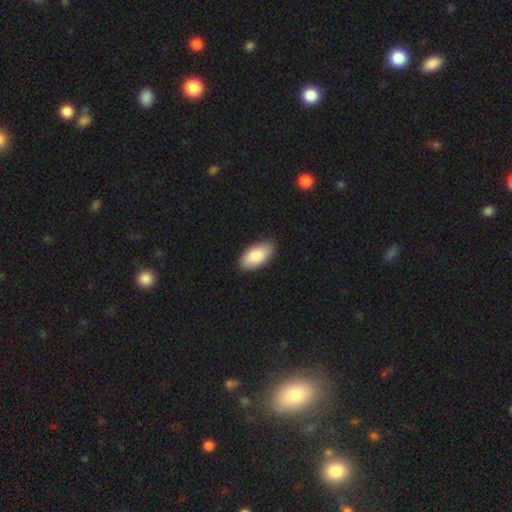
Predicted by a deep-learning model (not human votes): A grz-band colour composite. It shows a smooth galaxy with no disk features (85%) that is in between round and cigar-shaped (95%). Merging: none (89%).